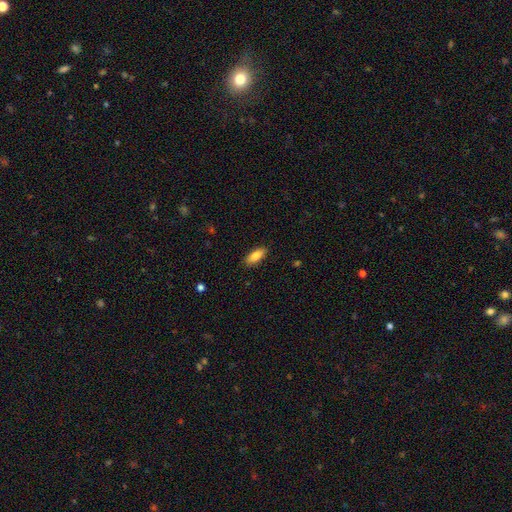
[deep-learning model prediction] Smooth or featured? Predicted: smooth (p=0.84). How rounded? Predicted: in between (p=0.76). Merging? Predicted: none (p=0.87).